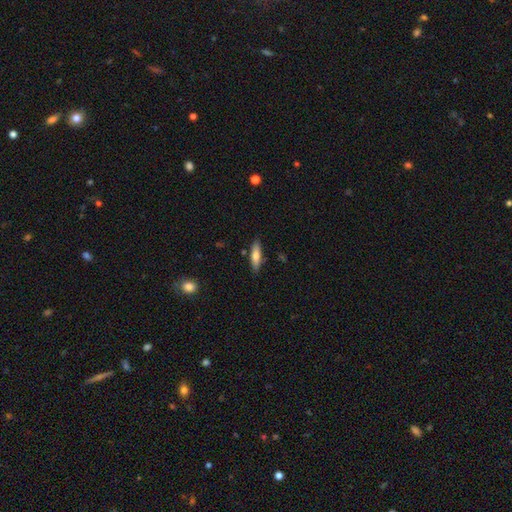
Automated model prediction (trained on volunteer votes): Morphology: type=smooth (69%); roundness=cigar-shaped (60%); merging=none (85%).